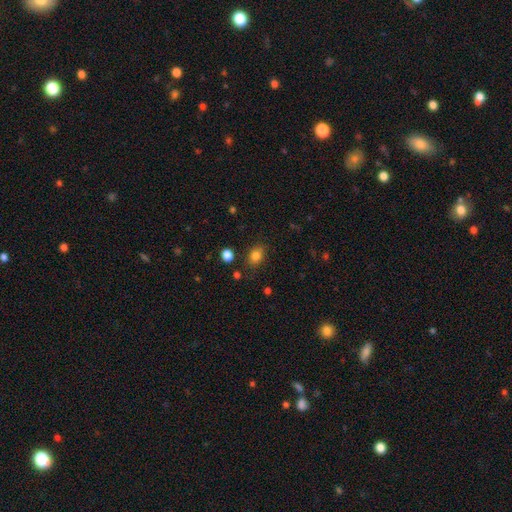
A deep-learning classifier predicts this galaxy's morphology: Smooth or featured? smooth (82%)
How rounded? in between (64%)
Merging? none (81%)